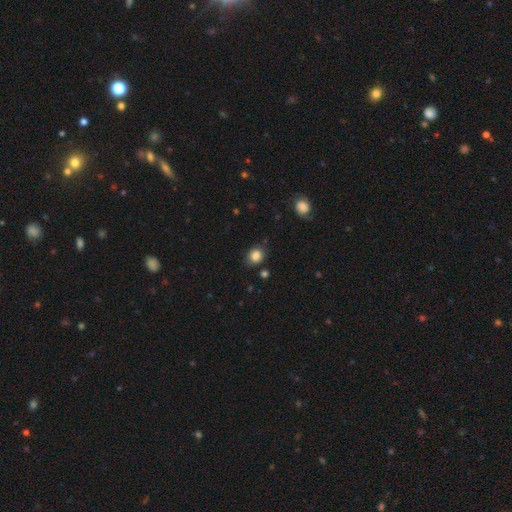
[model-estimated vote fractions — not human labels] This appears to be a smooth galaxy with no disk features (84%) that is round (62%). Merging: none (79%).